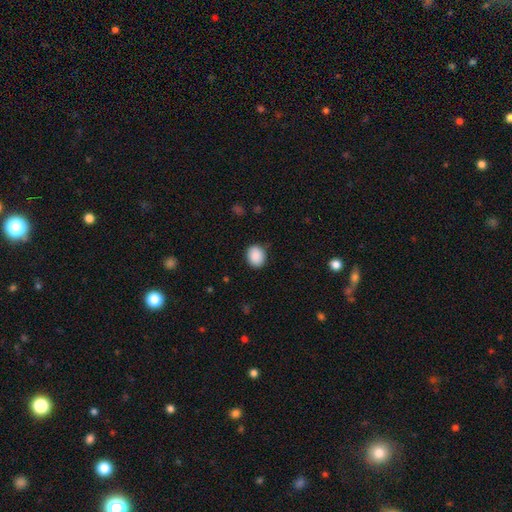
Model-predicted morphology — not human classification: Smooth or featured?
  - smooth: 90% *
  - star or artifact: 7%
  - featured or disk: 3%
How rounded?
  - round: 54% *
  - in between: 45%
  - cigar-shaped: 1%
Merging?
  - none: 86% *
  - minor disturbance: 10%
  - major disturbance: 3%
  - merger: 1%